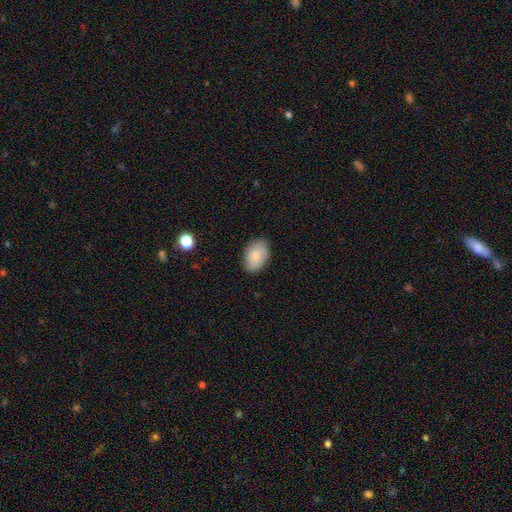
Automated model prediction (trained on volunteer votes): Overall: smooth (77%). How rounded: in between (86%). Merging: none (80%).